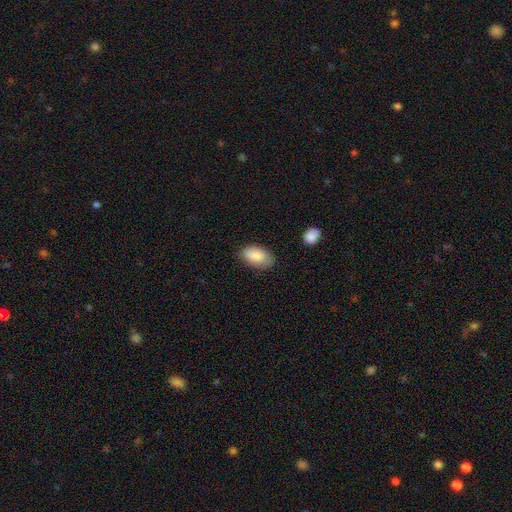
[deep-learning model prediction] This is clearly a smooth galaxy (83%). How rounded: clearly in between (93%). Merging: likely none (75%).